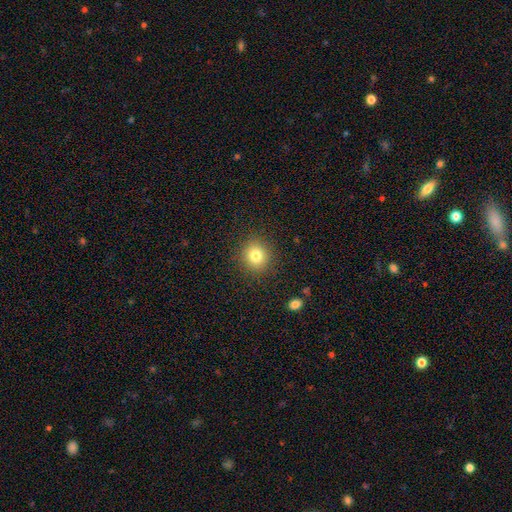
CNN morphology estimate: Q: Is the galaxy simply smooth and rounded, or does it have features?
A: smooth — 80%.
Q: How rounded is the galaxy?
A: round — 87%.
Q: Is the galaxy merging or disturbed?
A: none — 90%.